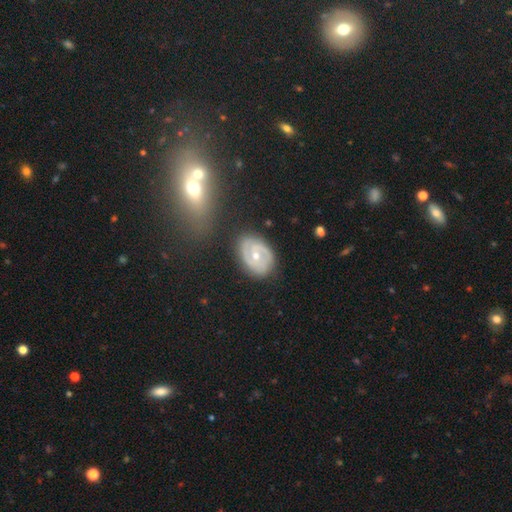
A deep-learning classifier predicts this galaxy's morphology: smooth-or-featured: featured or disk: 79% | smooth: 14% | star or artifact: 7%
  disk-edge-on: no: 96% | yes: 4%
    bar: no: 59% | weak: 32% | strong: 9%
    has-spiral-arms: yes: 86% | no: 14%
      spiral-winding: tight: 53% | medium: 36% | loose: 11%
      spiral-arm-count: 2: 69% | can't tell: 15% | 3: 7% | 1: 5% | 4: 2% | more than 4: 2%
    bulge-size: moderate: 54% | small: 43% | large: 1% | none: 1% | dominant: 1%
  merging: none: 76% | minor disturbance: 16% | major disturbance: 5% | merger: 2%